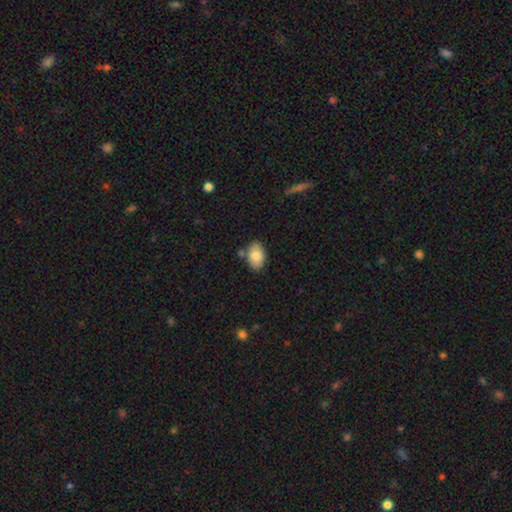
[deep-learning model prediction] smooth_or_featured: smooth (p=0.81) [alt: featured or disk p=0.12]
how_rounded: in between (p=0.89) [alt: round p=0.10]
merging: none (p=0.76) [alt: minor disturbance p=0.13]